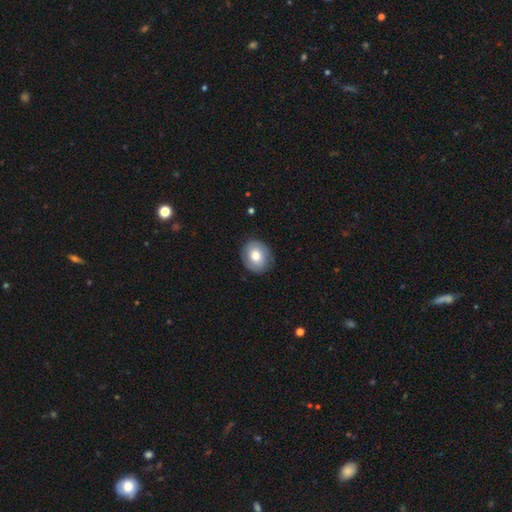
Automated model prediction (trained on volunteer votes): This appears to be a smooth galaxy with no disk features (71%) that is round (73%). Merging: none (85%).